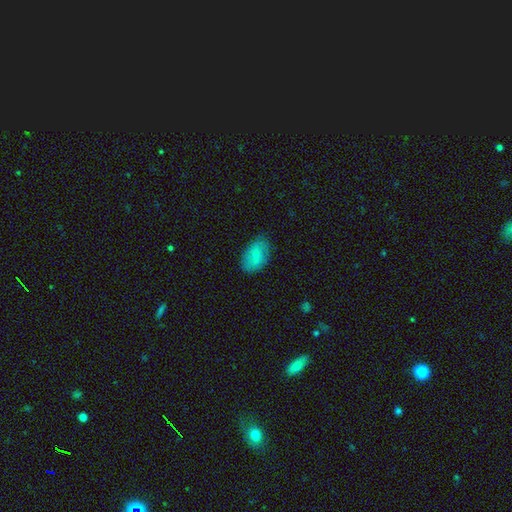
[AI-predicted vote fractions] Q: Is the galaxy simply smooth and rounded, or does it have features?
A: smooth — 74%.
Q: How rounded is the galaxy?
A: in between — 91%.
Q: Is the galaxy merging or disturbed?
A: none — 79%.